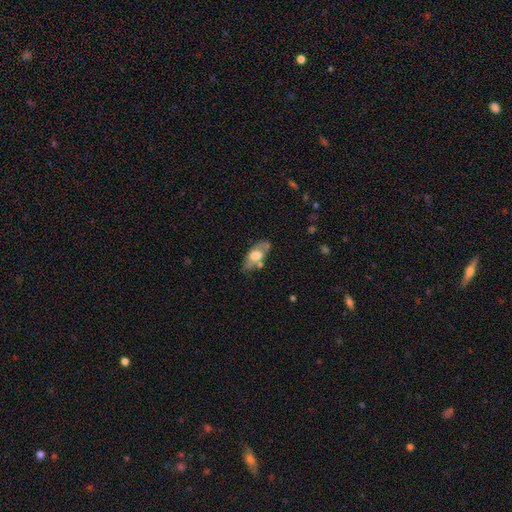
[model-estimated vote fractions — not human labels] The model was most divided on "smooth or featured": smooth: 48%, featured or disk: 45%, star or artifact: 6%. More confident: merging — none (59%).